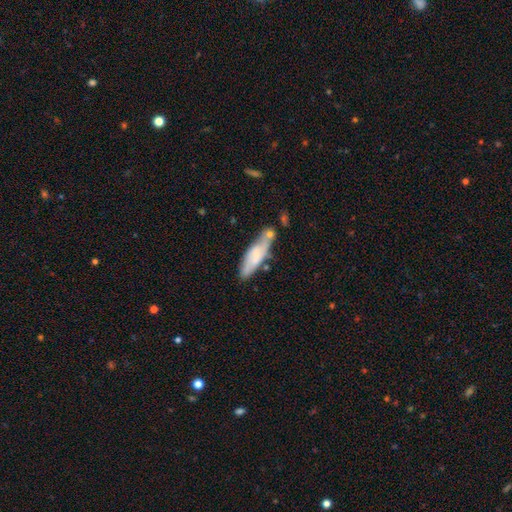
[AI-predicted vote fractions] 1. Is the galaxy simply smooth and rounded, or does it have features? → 60% smooth, 34% featured or disk, 6% star or artifact.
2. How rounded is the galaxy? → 62% cigar-shaped, 37% in between, 2% round.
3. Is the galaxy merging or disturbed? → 49% none, 23% minor disturbance, 20% merger, 7% major disturbance.